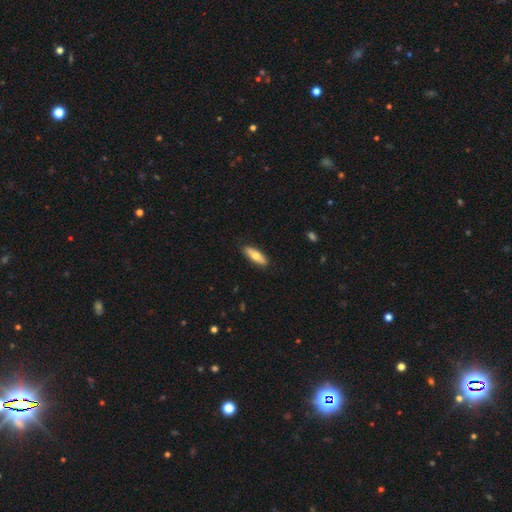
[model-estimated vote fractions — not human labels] Q: Smooth or featured?
A: smooth (68%); runner-up: featured or disk (27%)
Q: How rounded?
A: in between (53%); runner-up: cigar-shaped (45%)
Q: Merging?
A: none (87%); runner-up: minor disturbance (10%)